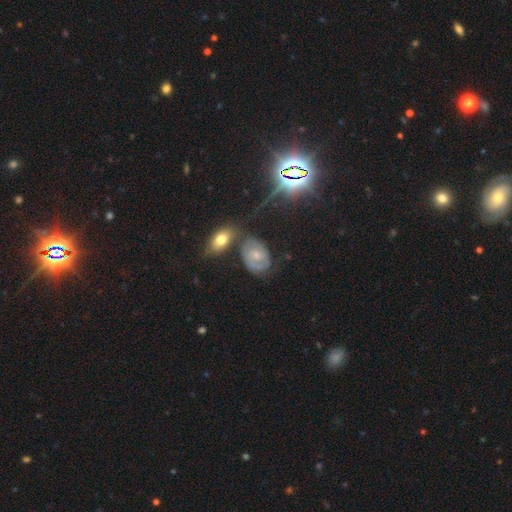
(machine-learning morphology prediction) type=featured or disk (59%); edge-on=no (96%); bar=no (62%); spiral arms=yes (77%); bulge=small (56%); merging=none (60%).